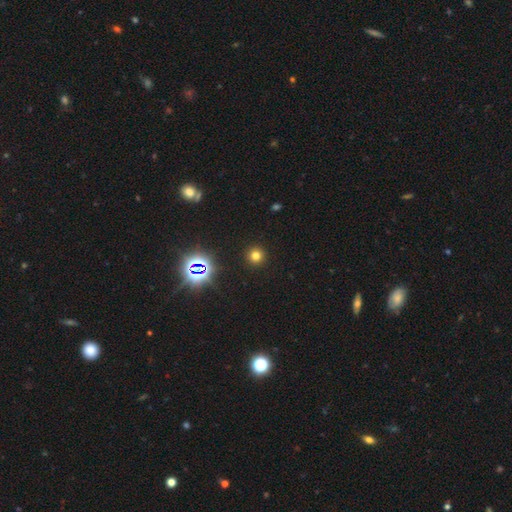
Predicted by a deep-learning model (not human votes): A smooth galaxy with no disk features (72%) that is round (95%).

Vote fractions:
- Smooth or featured? smooth: 72% / star or artifact: 22% / featured or disk: 6%
- How rounded? round: 95% / in between: 4% / cigar-shaped: 1%
- Merging? none: 93% / minor disturbance: 4% / major disturbance: 2% / merger: 1%